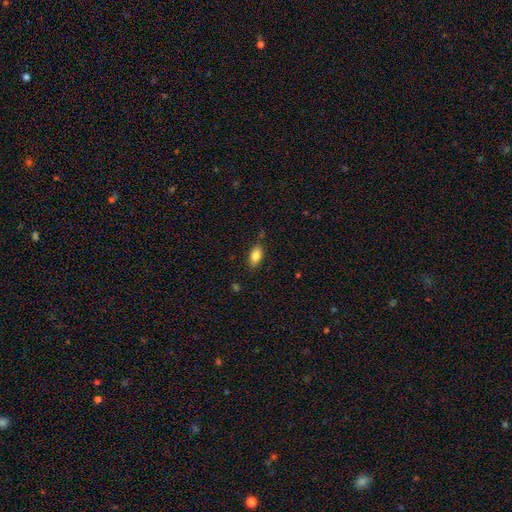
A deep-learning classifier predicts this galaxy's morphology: Smooth or featured? Predicted: smooth (p=0.84). How rounded? Predicted: in between (p=0.90). Merging? Predicted: none (p=0.81).